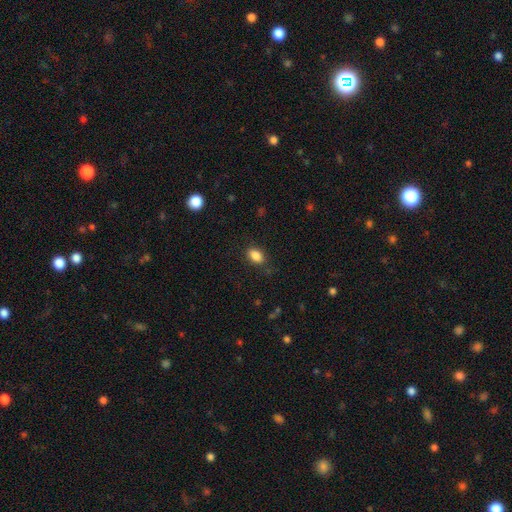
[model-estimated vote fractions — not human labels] A smooth galaxy with no disk features (87%) that is in between round and cigar-shaped (86%). Merging: none (84%).